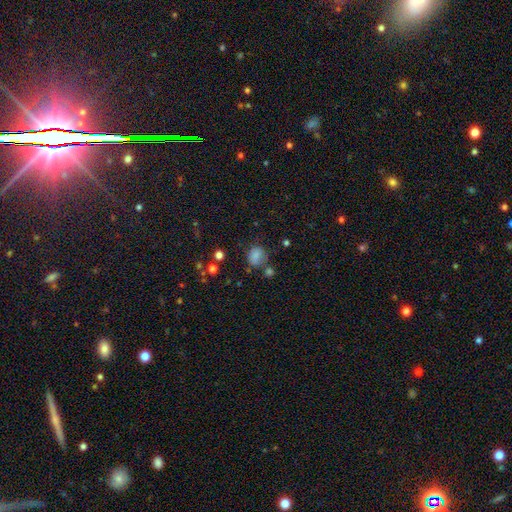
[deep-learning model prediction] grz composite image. It shows a smooth galaxy with no disk features (79%) that is round (61%). Merging: none (61%).